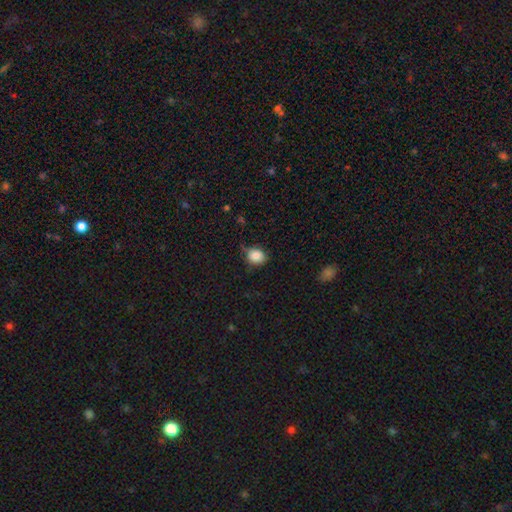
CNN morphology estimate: smooth 84%, star or artifact 10%, featured or disk 6%. Down the decision tree: how rounded — round (68%); merging — none (70%).